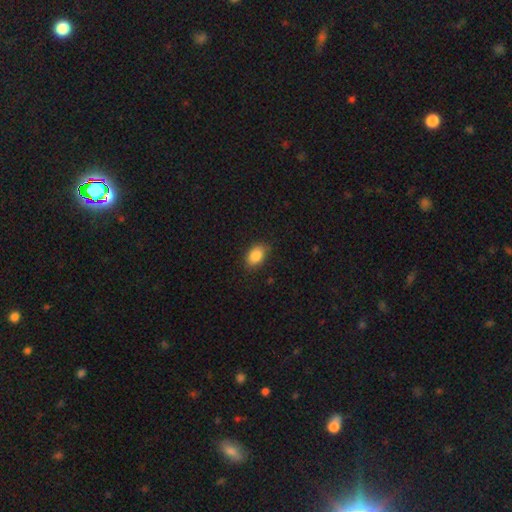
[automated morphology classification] This is clearly a smooth galaxy (87%). How rounded: clearly in between (84%). Merging: clearly none (80%).